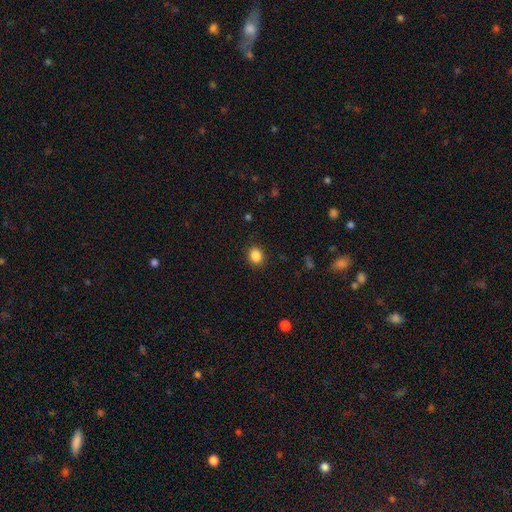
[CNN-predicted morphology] A smooth galaxy with no disk features (86%) that is round (68%). Merging: none (89%).